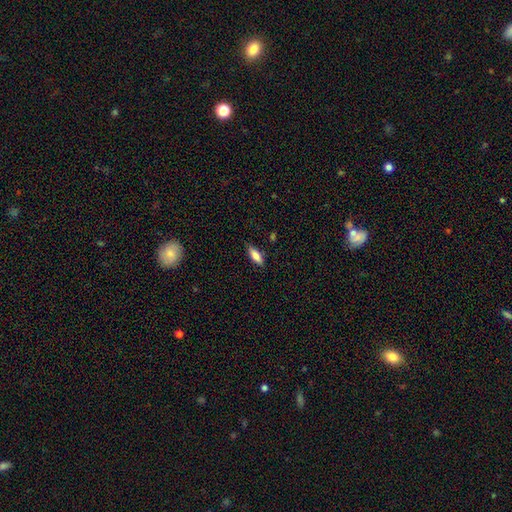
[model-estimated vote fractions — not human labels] A smooth galaxy with no disk features (80%) that is in between round and cigar-shaped (66%).

Vote fractions:
- Smooth or featured? smooth: 80% / featured or disk: 13% / star or artifact: 7%
- How rounded? in between: 66% / cigar-shaped: 32% / round: 2%
- Merging? none: 84% / minor disturbance: 12% / major disturbance: 2% / merger: 1%